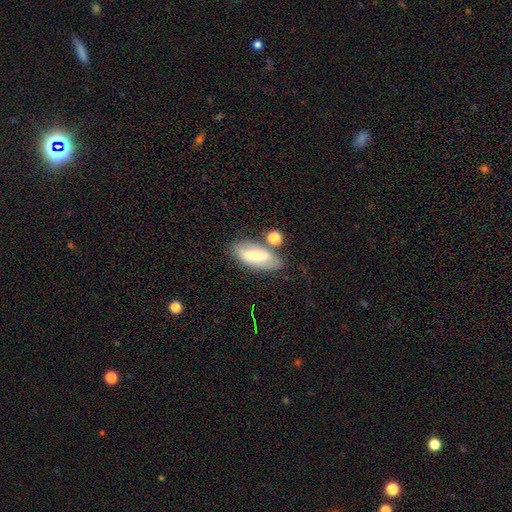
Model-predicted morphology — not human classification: A smooth galaxy with no disk features (51%) that is in between round and cigar-shaped (77%). Merging: none (65%).